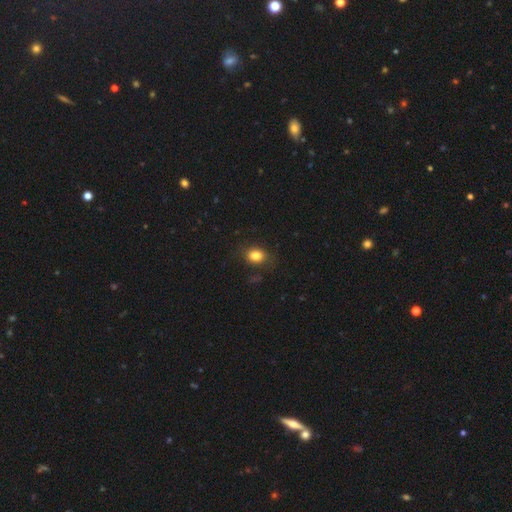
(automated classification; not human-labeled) Smooth or featured: smooth — 82% (star or artifact — 10%)
How rounded: in between — 61% (round — 38%)
Merging: none — 78% (minor disturbance — 15%)